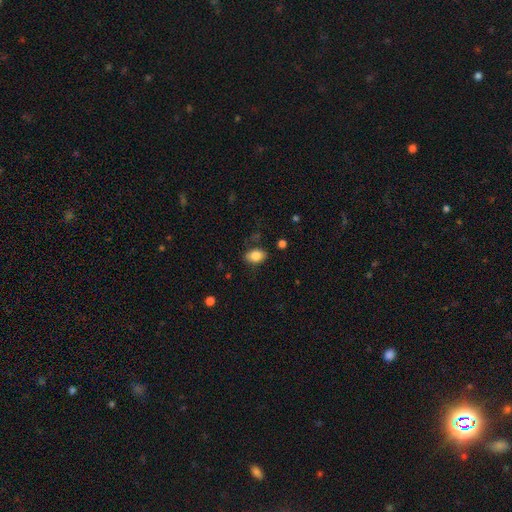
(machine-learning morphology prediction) Smooth or featured? Predicted: smooth (p=0.83). How rounded? Predicted: in between (p=0.85). Merging? Predicted: none (p=0.81).